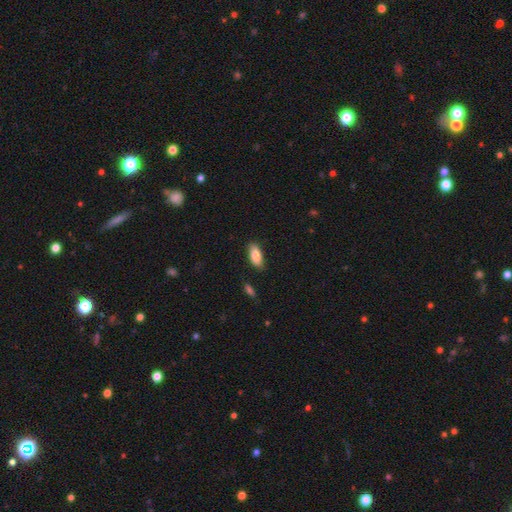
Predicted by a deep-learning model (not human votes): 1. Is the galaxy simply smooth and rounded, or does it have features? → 86% smooth, 7% featured or disk, 6% star or artifact.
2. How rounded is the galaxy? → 86% in between, 11% cigar-shaped, 2% round.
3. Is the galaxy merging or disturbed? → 78% none, 18% minor disturbance, 3% major disturbance, 2% merger.